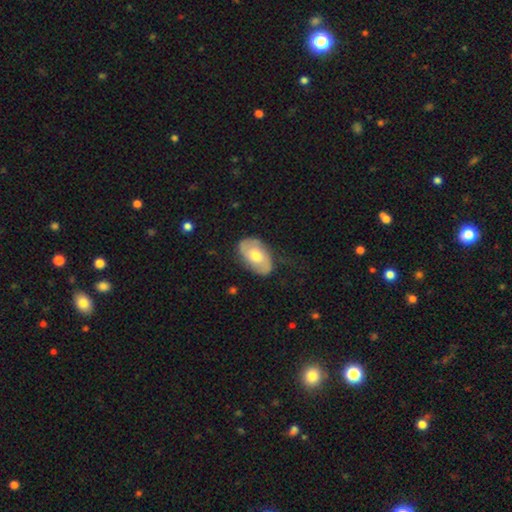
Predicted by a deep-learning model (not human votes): Smooth or featured? featured or disk (53%)
Edge-on disk? no (94%)
Merging? none (76%)